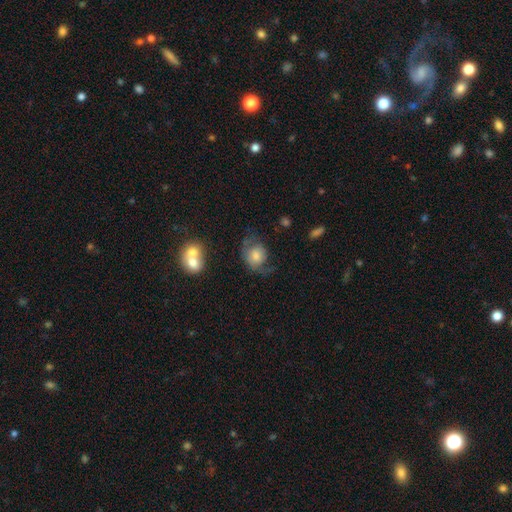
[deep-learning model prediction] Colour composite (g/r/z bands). It shows a smooth galaxy with no disk features (49%). Merging: none (40%).